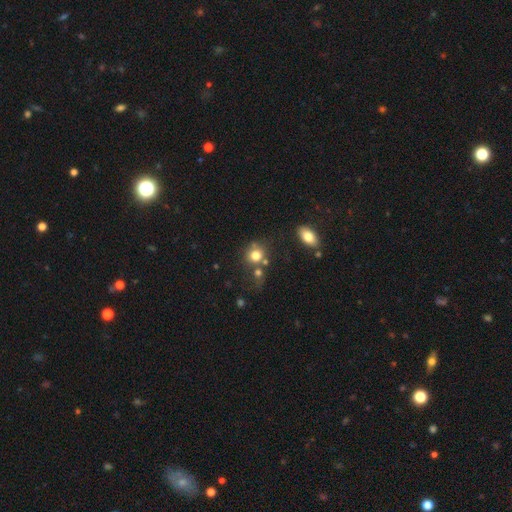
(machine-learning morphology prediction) A smooth galaxy with no disk features (77%) that is round (78%).

Vote fractions:
- Smooth or featured? smooth: 77% / star or artifact: 13% / featured or disk: 10%
- How rounded? round: 78% / in between: 21% / cigar-shaped: 1%
- Merging? none: 56% / merger: 23% / minor disturbance: 14% / major disturbance: 7%